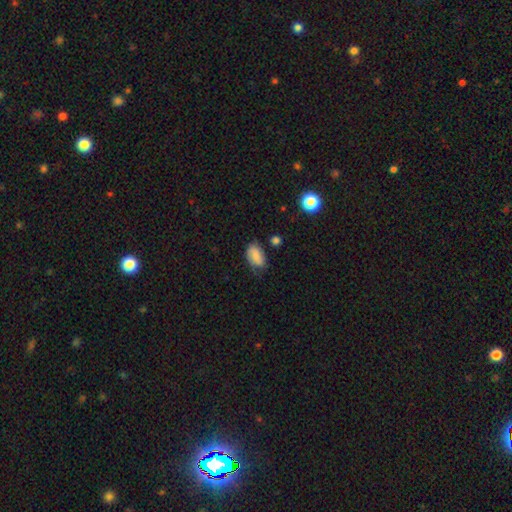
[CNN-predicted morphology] smooth_or_featured: smooth (p=0.77) [alt: featured or disk p=0.15]
how_rounded: in between (p=0.92) [alt: round p=0.06]
merging: none (p=0.54) [alt: minor disturbance p=0.33]